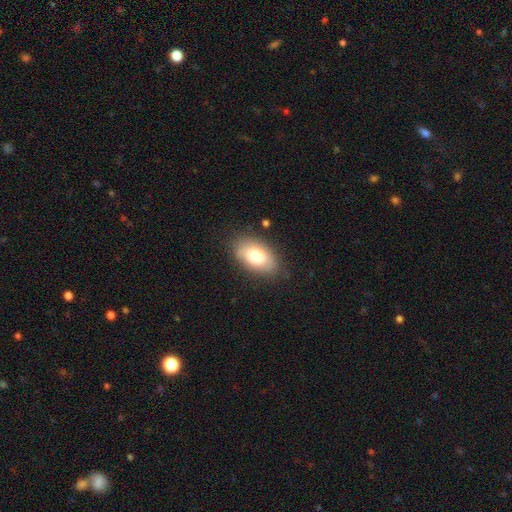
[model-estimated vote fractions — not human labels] The model was most divided on "smooth or featured": smooth: 74%, featured or disk: 19%, star or artifact: 7%. More confident: how rounded — in between (93%); merging — none (78%).